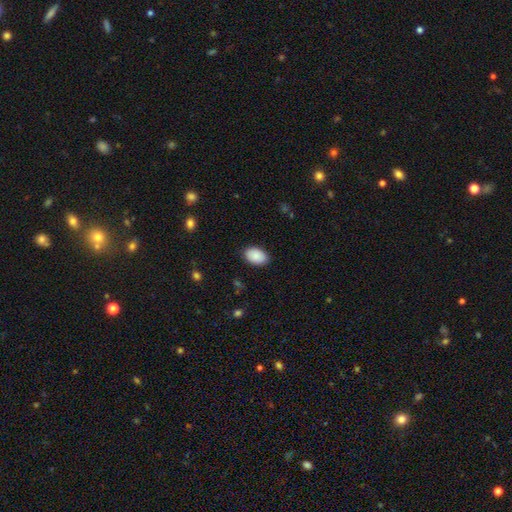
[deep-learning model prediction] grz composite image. It shows a smooth galaxy with no disk features (89%) that is in between round and cigar-shaped (91%). Merging: none (87%).